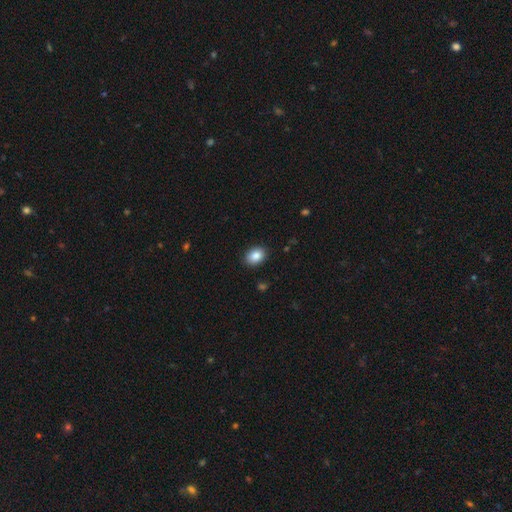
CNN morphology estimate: A smooth galaxy with no disk features (88%) that is in between round and cigar-shaped (73%).

Vote fractions:
- Smooth or featured? smooth: 88% / star or artifact: 8% / featured or disk: 4%
- How rounded? in between: 73% / round: 26% / cigar-shaped: 1%
- Merging? none: 88% / minor disturbance: 9% / major disturbance: 2% / merger: 1%